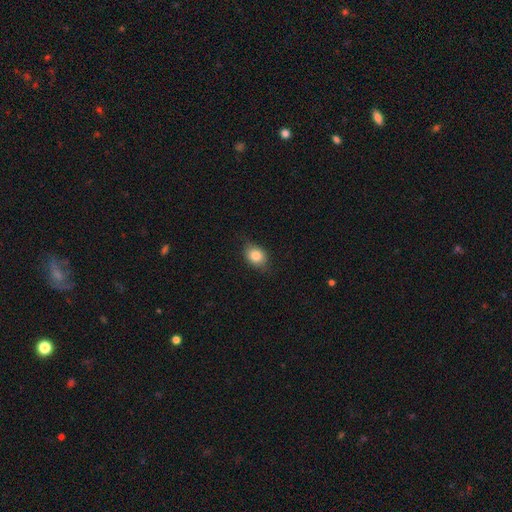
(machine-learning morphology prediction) Smooth or featured: smooth — 82% (featured or disk — 9%)
How rounded: in between — 63% (round — 35%)
Merging: none — 77% (minor disturbance — 19%)